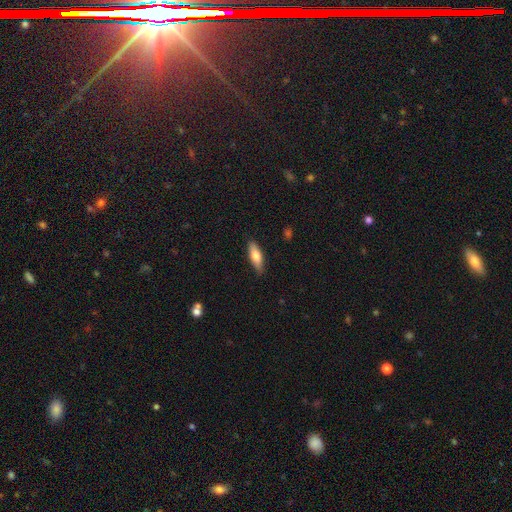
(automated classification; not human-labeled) smooth_or_featured: smooth (p=0.72) [alt: featured or disk p=0.22]
how_rounded: in between (p=0.53) [alt: cigar-shaped p=0.45]
merging: none (p=0.86) [alt: minor disturbance p=0.11]